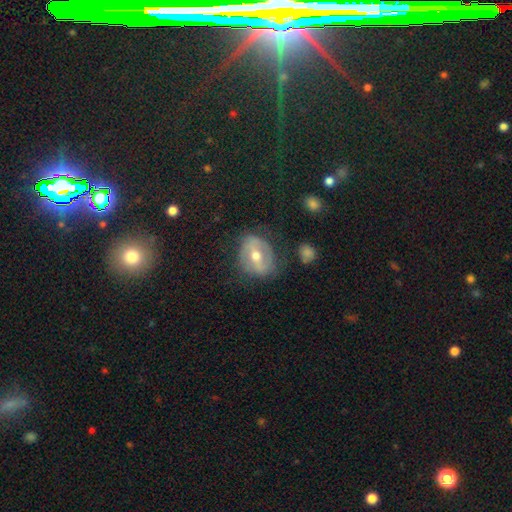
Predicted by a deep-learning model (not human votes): Smooth or featured? Predicted: featured or disk (p=0.58). Edge-on disk? Predicted: no (p=0.93). Bar? Predicted: strong (p=0.41). Spiral arms? Predicted: no (p=0.57). Bulge size? Predicted: moderate (p=0.77). Merging? Predicted: none (p=0.69).